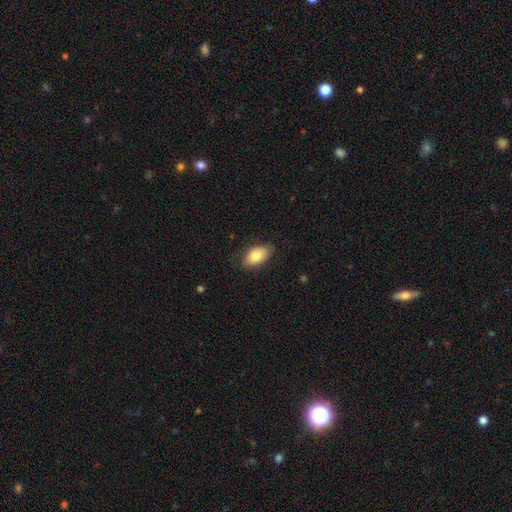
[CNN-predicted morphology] Smooth or featured: smooth — 81% (featured or disk — 13%)
How rounded: in between — 93% (round — 5%)
Merging: none — 78% (minor disturbance — 18%)